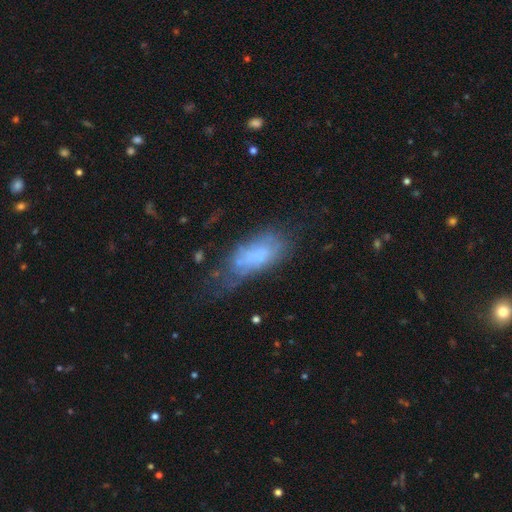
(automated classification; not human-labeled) Morphology: type=smooth (56%); roundness=in between (84%); merging=none (33%).